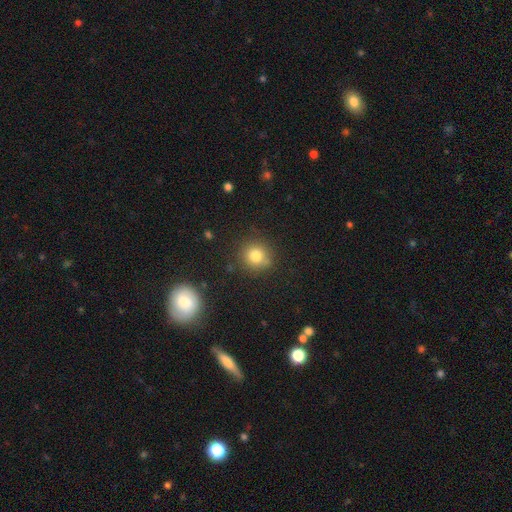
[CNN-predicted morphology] Q: Smooth or featured?
A: smooth (80%); runner-up: star or artifact (13%)
Q: How rounded?
A: round (90%); runner-up: in between (9%)
Q: Merging?
A: none (82%); runner-up: minor disturbance (11%)